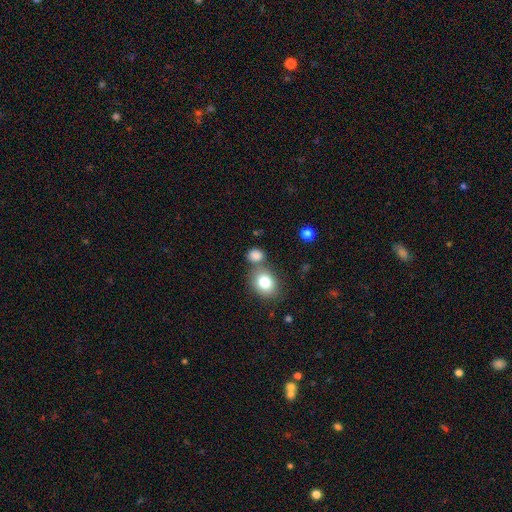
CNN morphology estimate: A smooth galaxy with no disk features (82%) that is round (55%). Merging: none (56%).